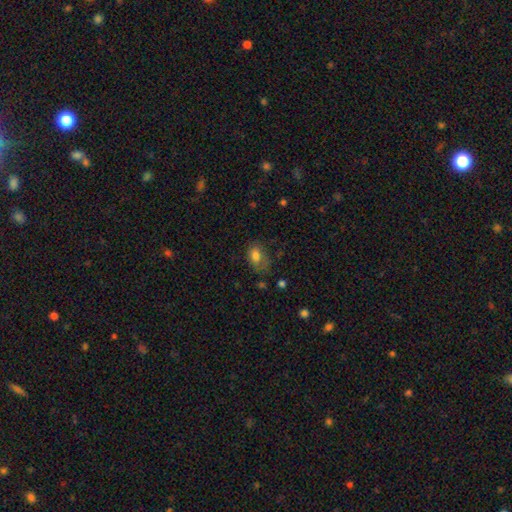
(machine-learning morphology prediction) The model was most divided on "merging": none: 52%, minor disturbance: 31%, major disturbance: 14%, merger: 3%. More confident: how rounded — in between (79%); smooth or featured — smooth (77%).